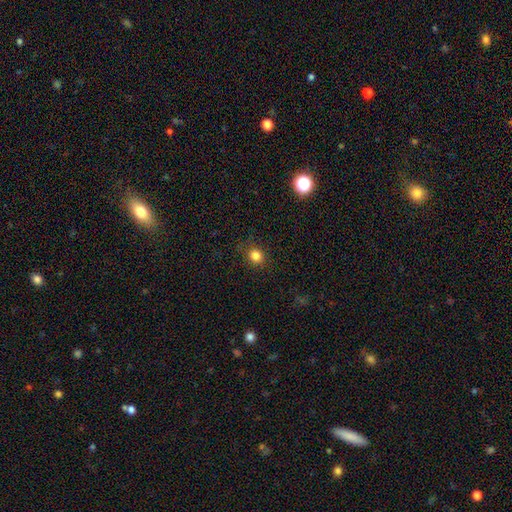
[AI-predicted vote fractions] Morphology: type=smooth (83%); roundness=round (84%); merging=none (87%).